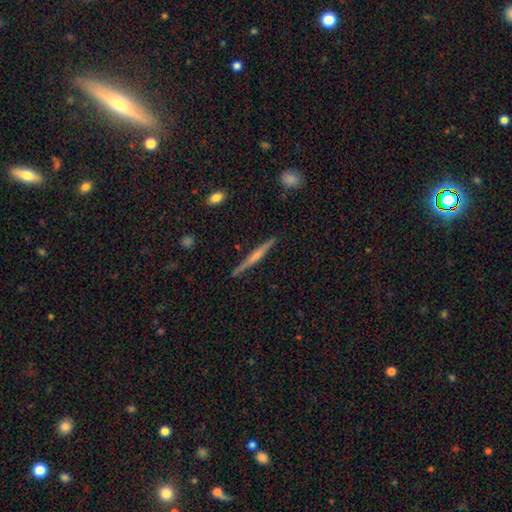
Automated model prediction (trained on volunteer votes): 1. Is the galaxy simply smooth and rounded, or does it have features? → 60% featured or disk, 34% smooth, 6% star or artifact.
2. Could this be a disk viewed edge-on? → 98% yes, 2% no.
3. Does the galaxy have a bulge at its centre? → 49% rounded, 36% none, 15% boxy.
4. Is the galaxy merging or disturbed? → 90% none, 7% minor disturbance, 2% major disturbance, 1% merger.